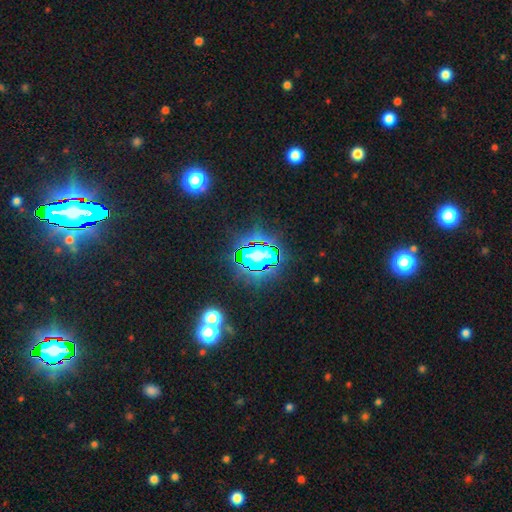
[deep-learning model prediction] This is likely a star or artifact rather than a galaxy (68%).